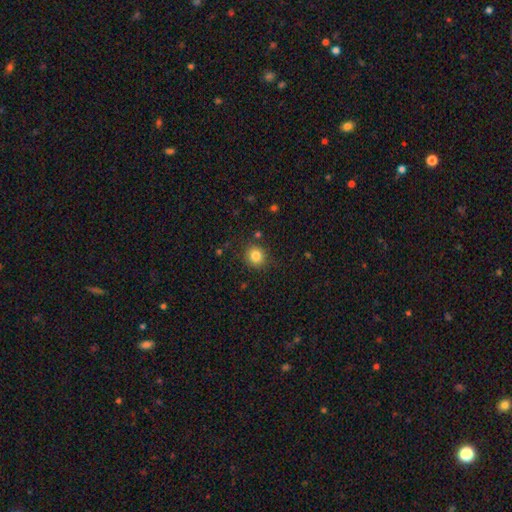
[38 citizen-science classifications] smooth 89%, featured or disk 5%, star or artifact 5%. Down the decision tree: how rounded — round (88%); merging — none (86%).